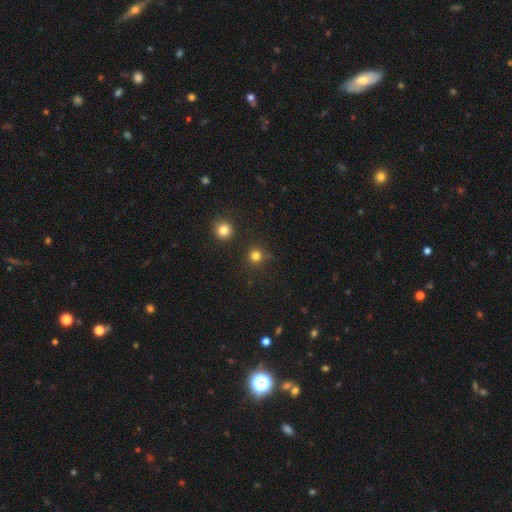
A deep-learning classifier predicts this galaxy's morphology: smooth 79%, star or artifact 16%, featured or disk 4%. Down the decision tree: how rounded — round (94%); merging — none (87%).